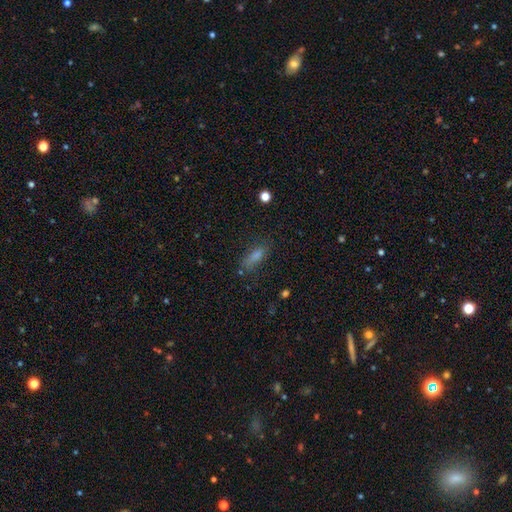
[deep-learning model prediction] smooth 63%, star or artifact 20%, featured or disk 17%. Down the decision tree: how rounded — in between (49%); merging — none (73%).